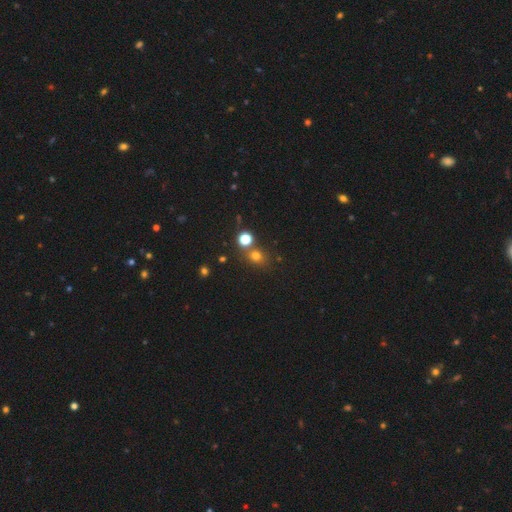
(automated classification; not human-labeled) The model was most divided on "smooth or featured": smooth: 70%, star or artifact: 23%, featured or disk: 8%. More confident: how rounded — round (75%); merging — none (67%).